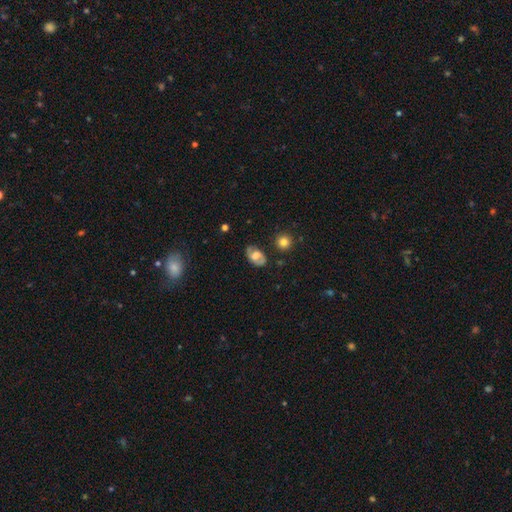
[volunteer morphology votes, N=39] Smooth or featured? smooth (51%)
How rounded? in between (85%)
Merging? none (76%)